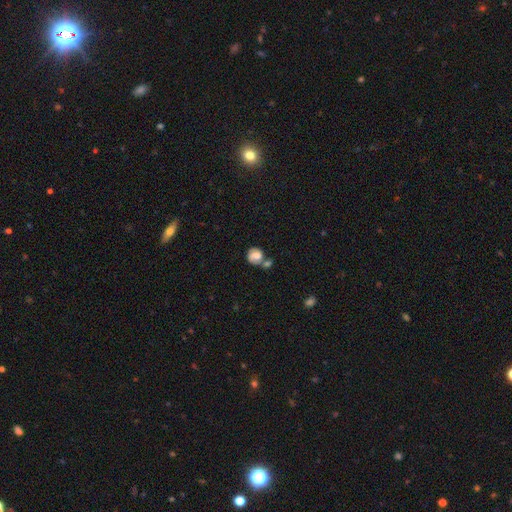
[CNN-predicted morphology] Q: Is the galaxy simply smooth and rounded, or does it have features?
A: smooth — 64%.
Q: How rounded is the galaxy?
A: round — 72%.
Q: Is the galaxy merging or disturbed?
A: merger — 43%.